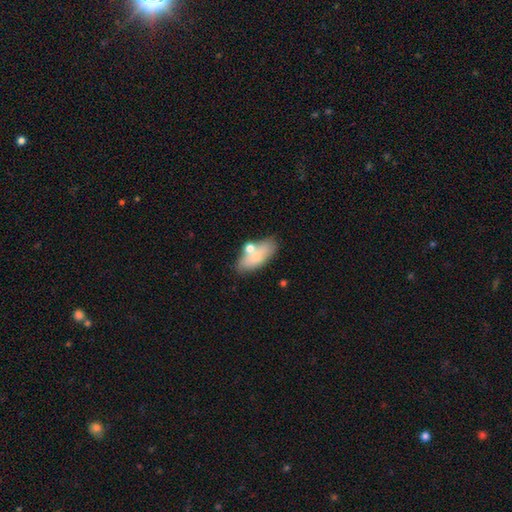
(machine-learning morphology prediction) Smooth or featured? smooth (70%)
How rounded? in between (84%)
Merging? none (61%)